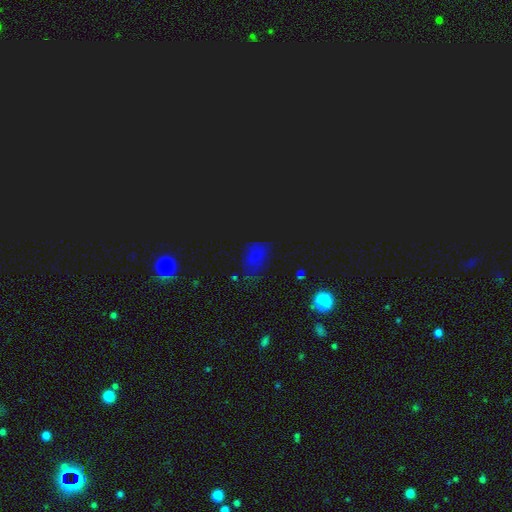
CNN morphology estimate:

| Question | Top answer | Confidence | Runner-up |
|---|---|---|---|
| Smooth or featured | star or artifact | 46% | smooth (44%) |